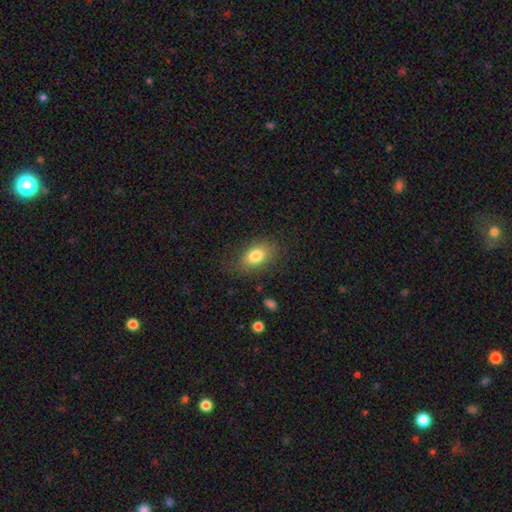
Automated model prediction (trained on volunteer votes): smooth_or_featured: smooth (p=0.81) [alt: featured or disk p=0.11]
how_rounded: in between (p=0.86) [alt: round p=0.12]
merging: none (p=0.76) [alt: minor disturbance p=0.16]